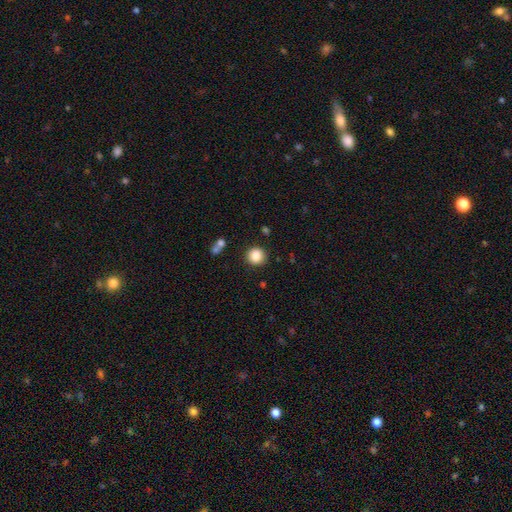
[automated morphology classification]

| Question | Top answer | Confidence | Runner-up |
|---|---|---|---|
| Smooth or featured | smooth | 86% | star or artifact (9%) |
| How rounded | round | 89% | in between (10%) |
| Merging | none | 86% | minor disturbance (8%) |